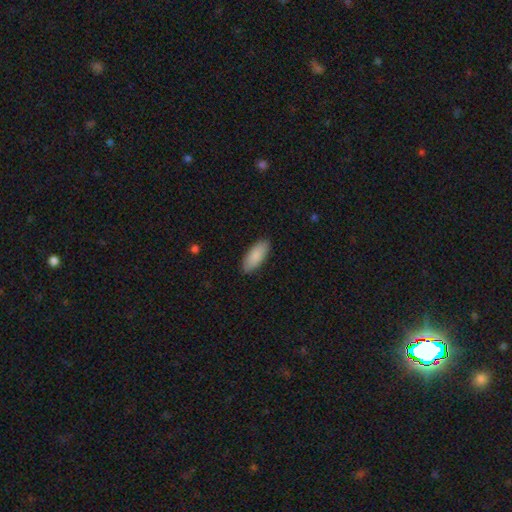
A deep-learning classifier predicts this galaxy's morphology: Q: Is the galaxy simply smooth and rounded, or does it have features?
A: smooth — 88%.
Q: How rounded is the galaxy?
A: in between — 83%.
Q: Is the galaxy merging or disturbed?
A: none — 89%.